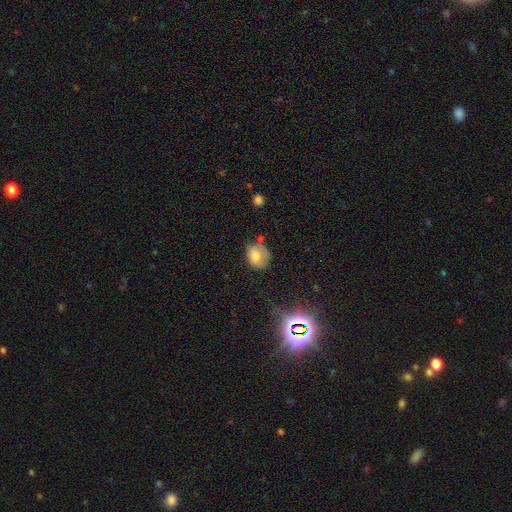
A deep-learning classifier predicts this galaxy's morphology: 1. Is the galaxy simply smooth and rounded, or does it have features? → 72% smooth, 17% featured or disk, 11% star or artifact.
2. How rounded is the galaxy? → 55% round, 44% in between, 1% cigar-shaped.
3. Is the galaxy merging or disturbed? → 54% none, 30% minor disturbance, 9% major disturbance, 7% merger.